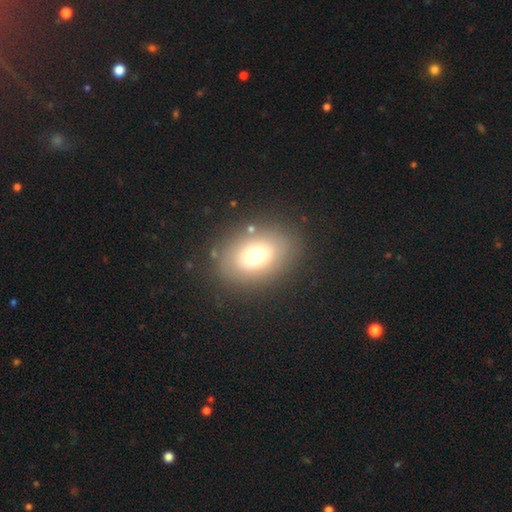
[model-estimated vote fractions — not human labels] Overall: smooth (68%). How rounded: in between (77%). Merging: none (82%).